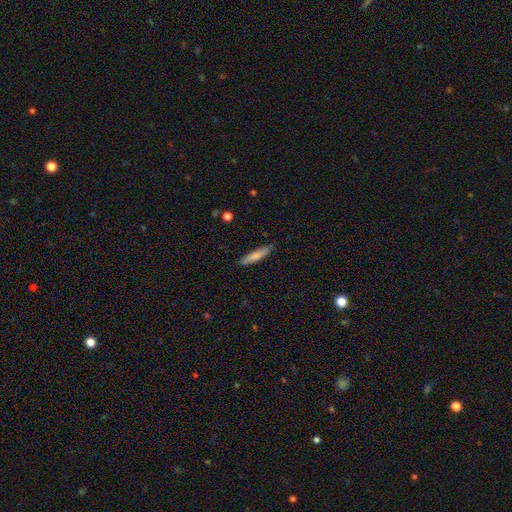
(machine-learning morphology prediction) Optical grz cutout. It shows a smooth galaxy with no disk features (79%) that is cigar-shaped (84%). Merging: none (86%).